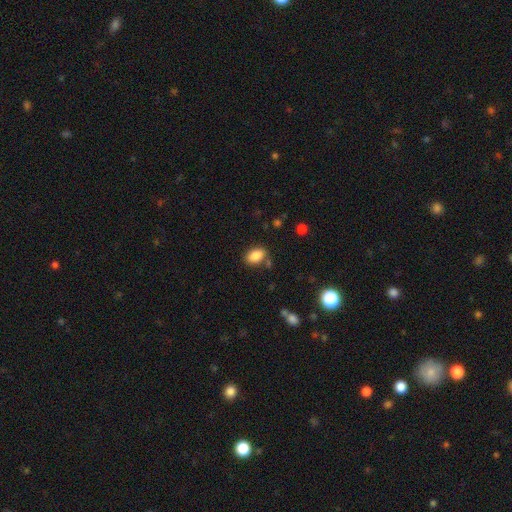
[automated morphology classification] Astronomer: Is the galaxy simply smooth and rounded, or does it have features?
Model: smooth — 87%.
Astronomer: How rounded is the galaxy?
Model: in between — 88%.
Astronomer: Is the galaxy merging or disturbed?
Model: none — 78%.